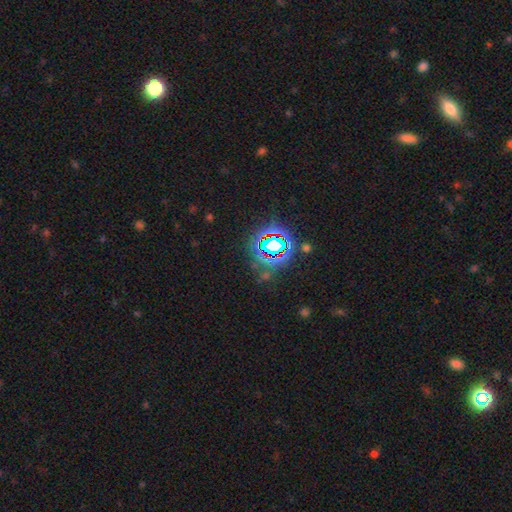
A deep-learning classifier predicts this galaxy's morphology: Smooth or featured? star or artifact (77%)